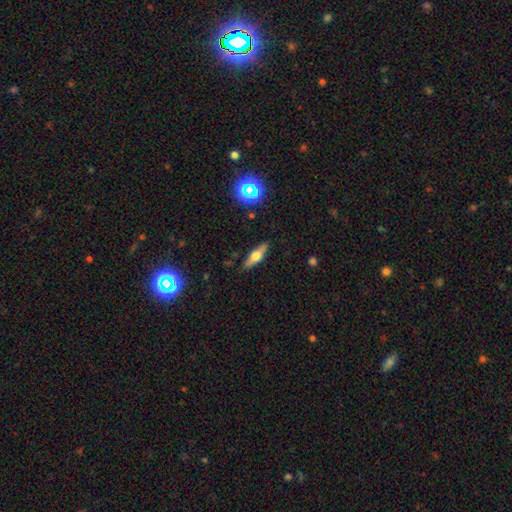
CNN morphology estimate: Q: Smooth or featured?
A: featured or disk (46%); runner-up: smooth (45%)
Q: Merging?
A: none (87%); runner-up: minor disturbance (10%)